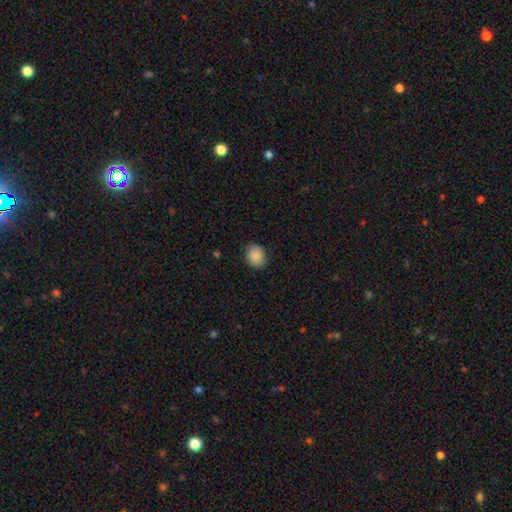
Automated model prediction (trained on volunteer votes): This is clearly a smooth galaxy (88%). How rounded: possibly round (52%). Merging: clearly none (83%).